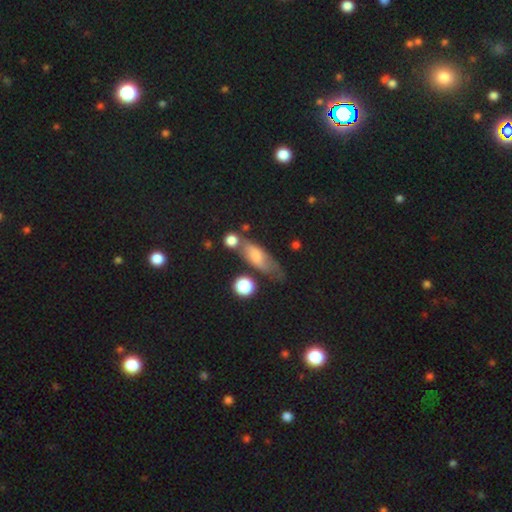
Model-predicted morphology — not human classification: Overall: smooth (65%; featured or disk 26%). How rounded: in between (59%; cigar-shaped 35%). Merging: none (46%; minor disturbance 27%).